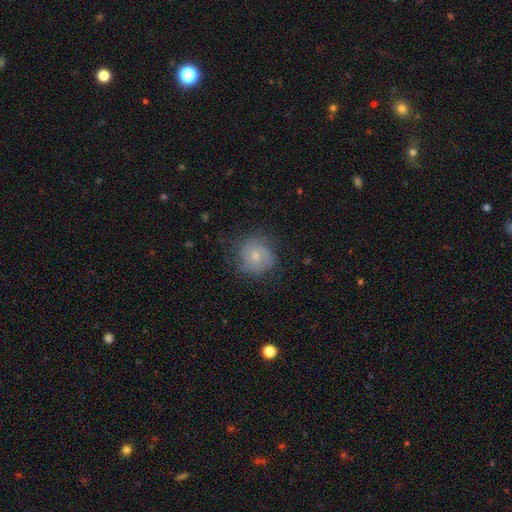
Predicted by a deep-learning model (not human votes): Q: Smooth or featured?
A: smooth (46%); tied with: featured or disk (46%)
Q: Merging?
A: none (67%); runner-up: minor disturbance (21%)